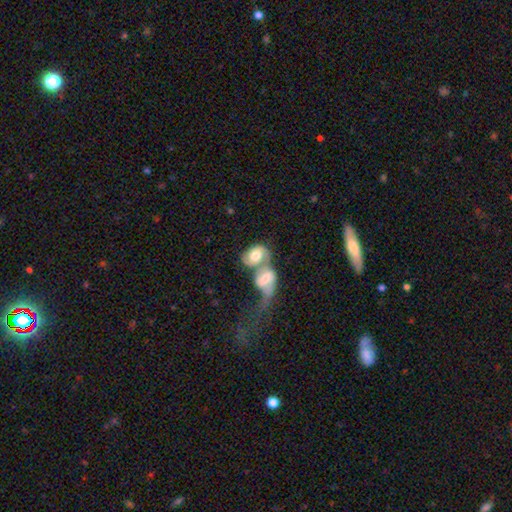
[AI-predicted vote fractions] Morphology: type=featured or disk (47%); merging=merger (79%).